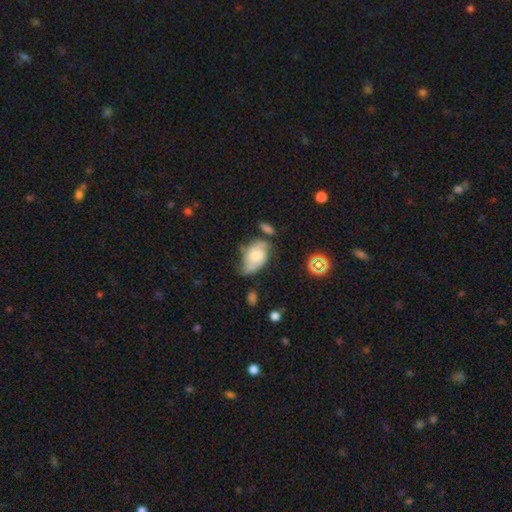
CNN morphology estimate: A featured or disk galaxy (48%). Merging: none (40%).